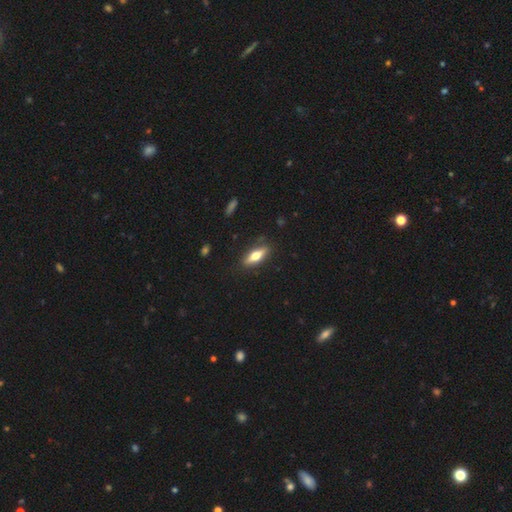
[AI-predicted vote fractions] Smooth or featured: smooth — 54% (featured or disk — 40%)
How rounded: cigar-shaped — 49% (in between — 48%)
Merging: none — 85% (minor disturbance — 11%)